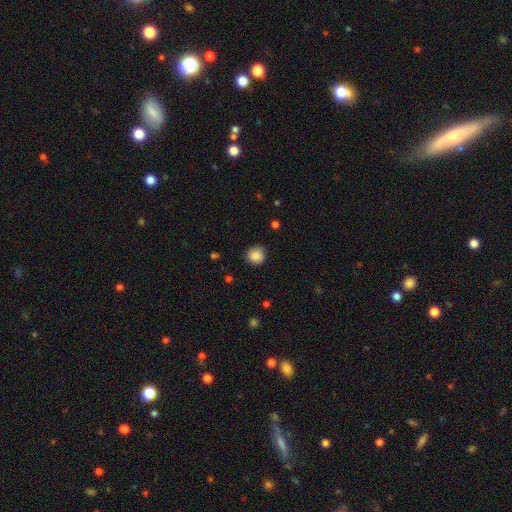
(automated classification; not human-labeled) This appears to be a smooth galaxy with no disk features (86%) that is round (91%). Merging: none (86%).